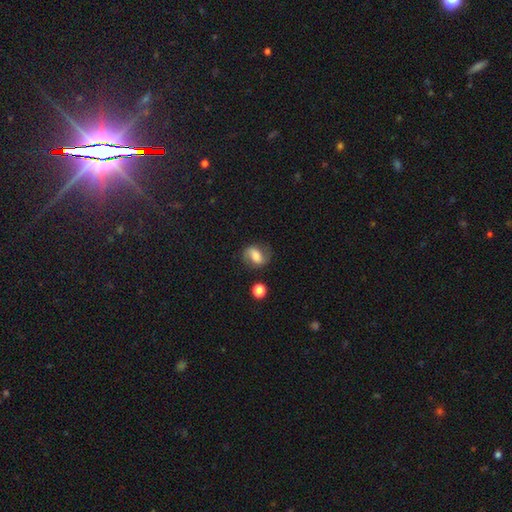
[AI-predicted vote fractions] Overall: featured or disk (46%; smooth 44%). Merging: none (71%).